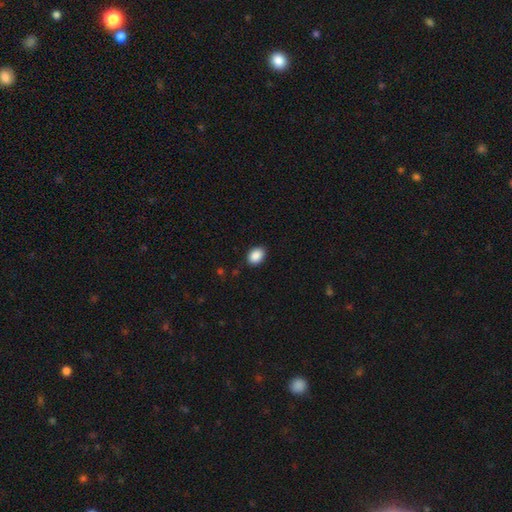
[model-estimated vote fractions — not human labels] Smooth or featured? smooth (89%)
How rounded? in between (72%)
Merging? none (88%)